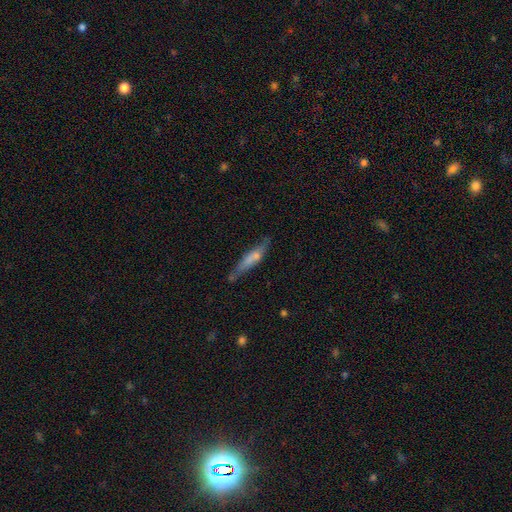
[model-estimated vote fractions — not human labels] The model was most divided on "smooth or featured": smooth: 56%, featured or disk: 37%, star or artifact: 7%. More confident: how rounded — cigar-shaped (87%); merging — none (64%).